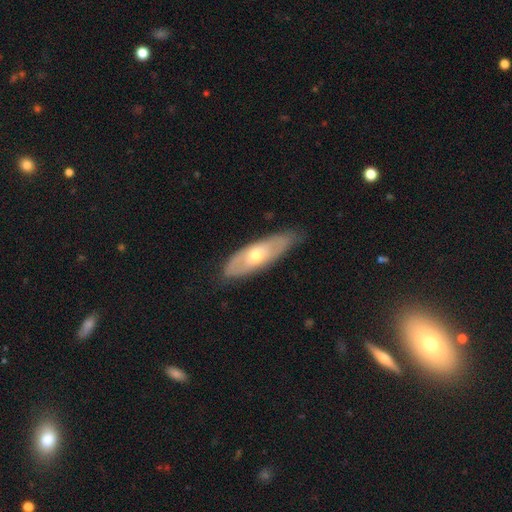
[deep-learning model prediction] This is possibly a featured or disk galaxy (58%). It is likely not viewed edge-on (67%). Merging: likely none (77%).